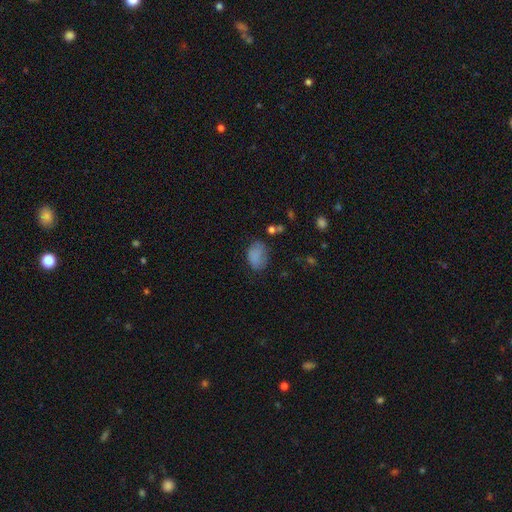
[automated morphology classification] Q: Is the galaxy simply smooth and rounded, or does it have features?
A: smooth — 80%.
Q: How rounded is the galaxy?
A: in between — 79%.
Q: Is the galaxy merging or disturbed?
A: none — 61%.